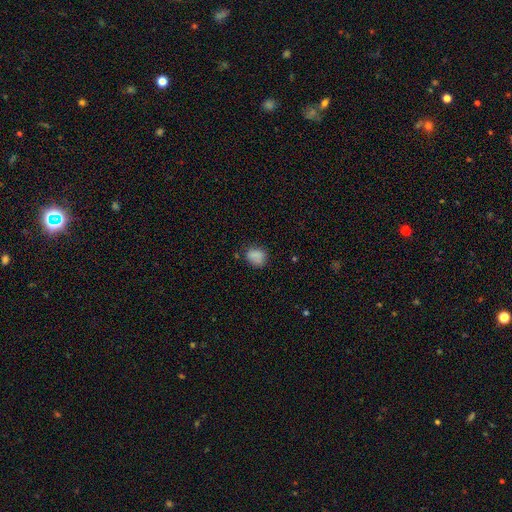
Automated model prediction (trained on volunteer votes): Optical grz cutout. It shows a smooth galaxy with no disk features (83%) that is in between round and cigar-shaped (50%). Merging: none (70%).